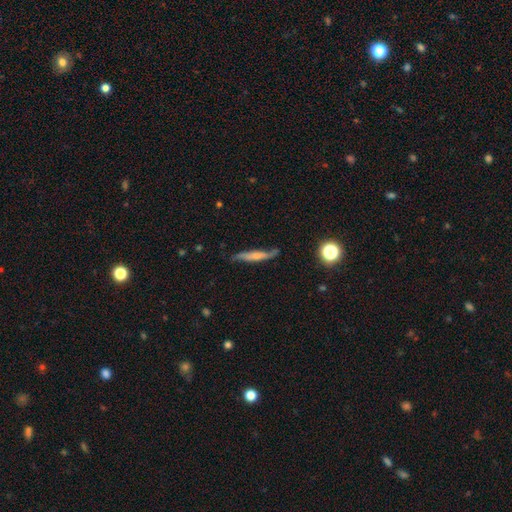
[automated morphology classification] This appears to be a featured or disk galaxy (54%) viewed edge-on (77%). Merging: none (67%).